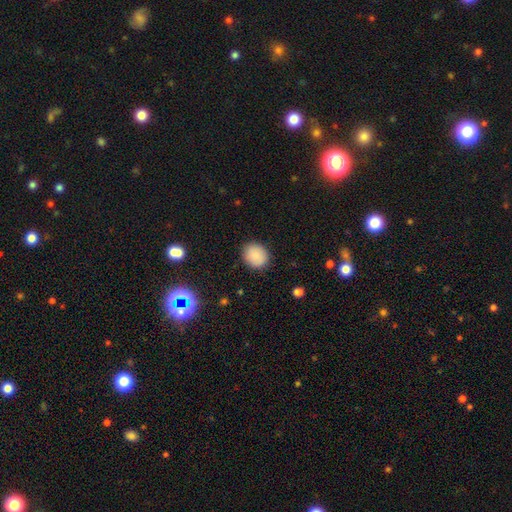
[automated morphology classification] Smooth or featured? Predicted: smooth (p=0.86). How rounded? Predicted: round (p=0.68). Merging? Predicted: none (p=0.88).